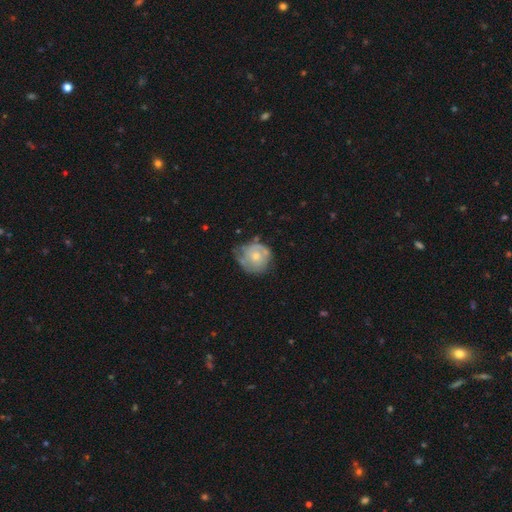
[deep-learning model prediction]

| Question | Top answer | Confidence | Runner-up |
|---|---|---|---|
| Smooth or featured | featured or disk | 54% | smooth (39%) |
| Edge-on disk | no | 97% | yes (3%) |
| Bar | no | 83% | weak (15%) |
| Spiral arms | yes | 66% | no (34%) |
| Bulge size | moderate | 48% | small (45%) |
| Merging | none | 51% | minor disturbance (33%) |